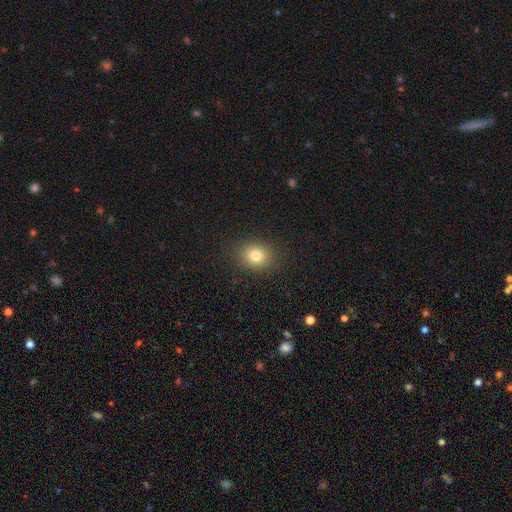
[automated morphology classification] Smooth or featured? smooth (79%)
How rounded? round (68%)
Merging? none (89%)